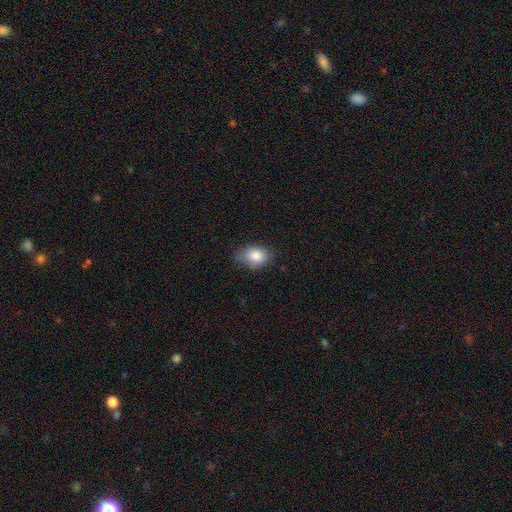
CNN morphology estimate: Smooth or featured? Predicted: smooth (p=0.84). How rounded? Predicted: in between (p=0.77). Merging? Predicted: none (p=0.66).